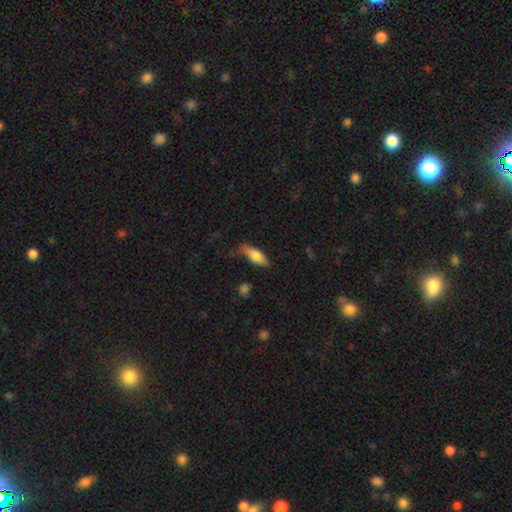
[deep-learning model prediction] This appears to be a smooth galaxy with no disk features (74%) that is in between round and cigar-shaped (68%). Merging: none (57%).